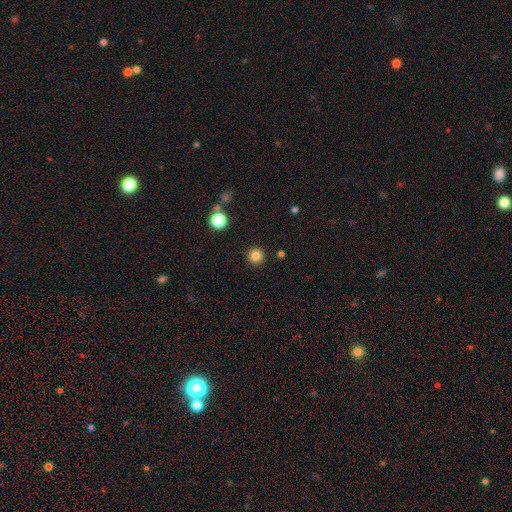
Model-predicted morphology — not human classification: Q: Smooth or featured?
A: smooth (84%); runner-up: star or artifact (12%)
Q: How rounded?
A: round (96%); runner-up: in between (3%)
Q: Merging?
A: none (92%); runner-up: minor disturbance (5%)